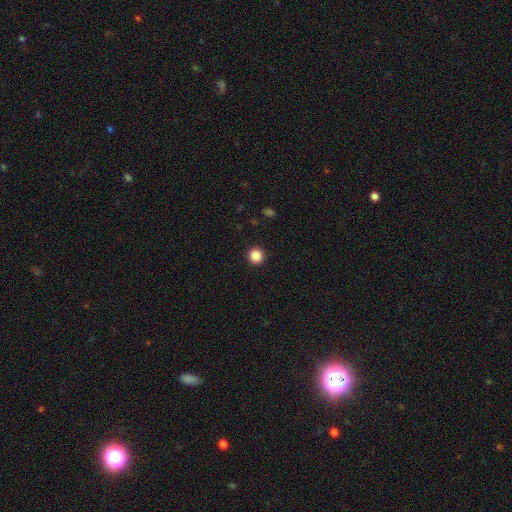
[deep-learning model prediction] Morphology: type=smooth (86%); roundness=round (94%); merging=none (93%).